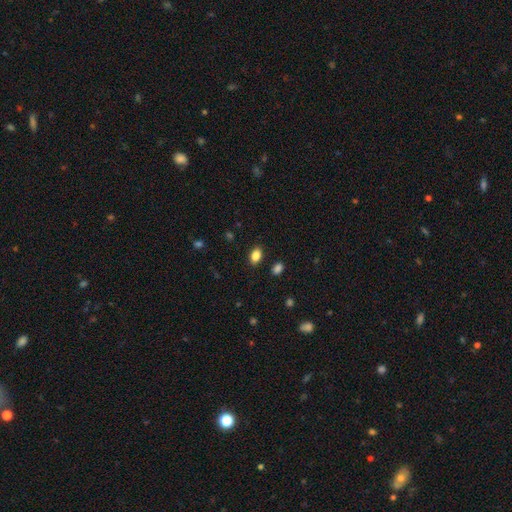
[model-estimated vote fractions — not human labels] Smooth or featured? smooth (86%)
How rounded? in between (87%)
Merging? none (88%)